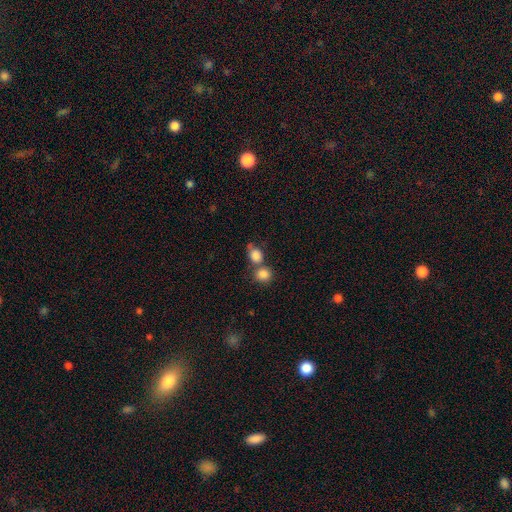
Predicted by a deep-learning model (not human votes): A smooth galaxy with no disk features (84%) that is round (62%). Merging: merger (45%).